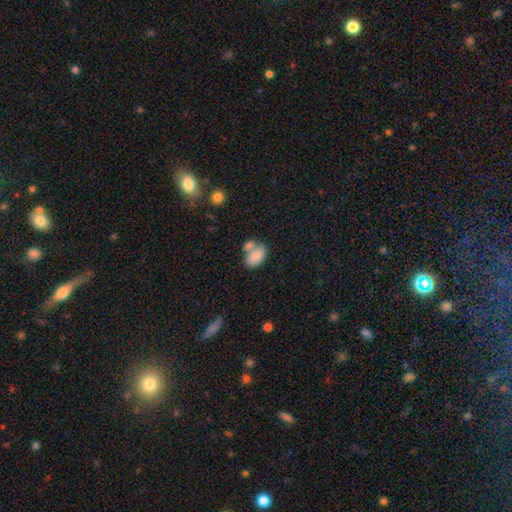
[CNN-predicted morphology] Q: Smooth or featured?
A: smooth (82%); runner-up: featured or disk (10%)
Q: How rounded?
A: in between (91%); runner-up: round (8%)
Q: Merging?
A: merger (45%); runner-up: none (37%)